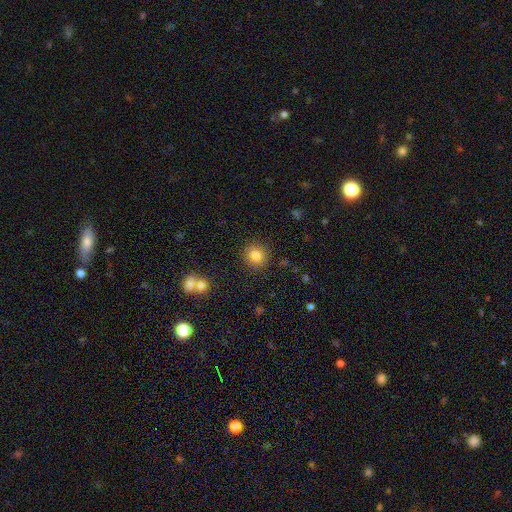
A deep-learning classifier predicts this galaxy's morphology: A smooth galaxy with no disk features (83%) that is round (90%). Merging: none (88%).